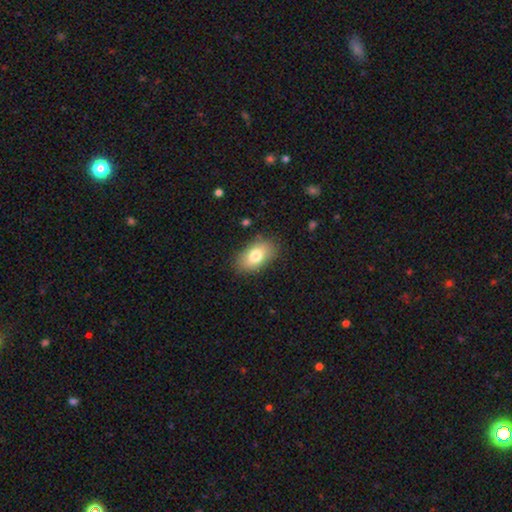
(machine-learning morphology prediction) Smooth or featured? Predicted: smooth (p=0.78). How rounded? Predicted: in between (p=0.91). Merging? Predicted: none (p=0.84).